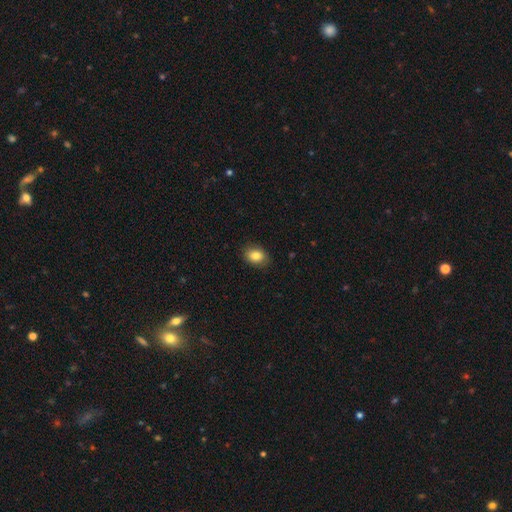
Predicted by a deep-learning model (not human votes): This appears to be a smooth galaxy with no disk features (84%) that is in between round and cigar-shaped (71%). Merging: none (86%).